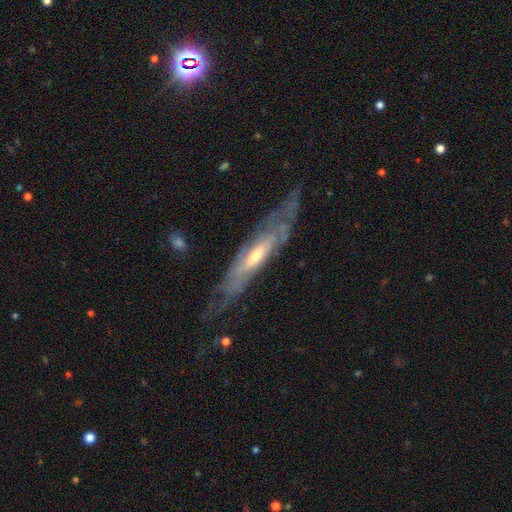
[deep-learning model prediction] Morphology: type=featured or disk (78%); edge-on=no (55%); merging=none (59%).